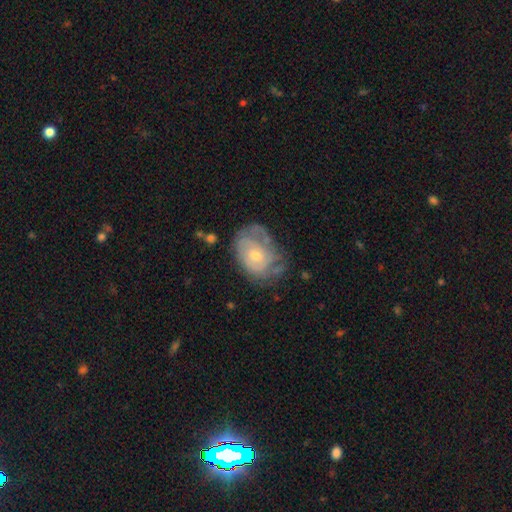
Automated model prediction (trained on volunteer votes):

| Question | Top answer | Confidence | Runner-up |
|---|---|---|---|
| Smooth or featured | featured or disk | 63% | smooth (30%) |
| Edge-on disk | no | 96% | yes (4%) |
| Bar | no | 80% | weak (17%) |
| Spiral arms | yes | 66% | no (34%) |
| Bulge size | small | 52% | moderate (44%) |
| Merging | none | 51% | minor disturbance (29%) |